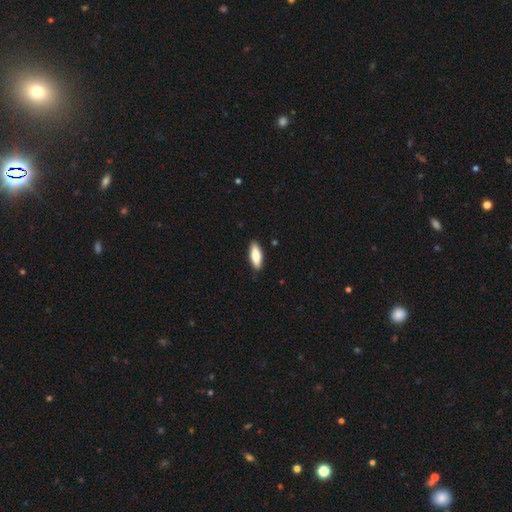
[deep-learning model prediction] Smooth or featured?
  - smooth: 78% *
  - featured or disk: 16%
  - star or artifact: 6%
How rounded?
  - in between: 70% *
  - cigar-shaped: 27%
  - round: 2%
Merging?
  - none: 86% *
  - minor disturbance: 11%
  - major disturbance: 2%
  - merger: 1%